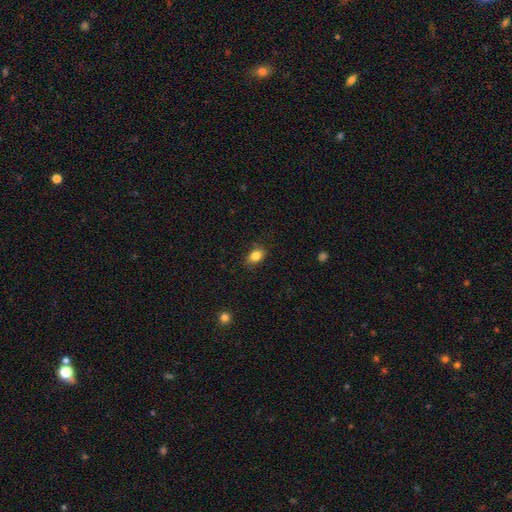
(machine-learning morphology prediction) type=smooth (85%); roundness=in between (78%); merging=none (84%).